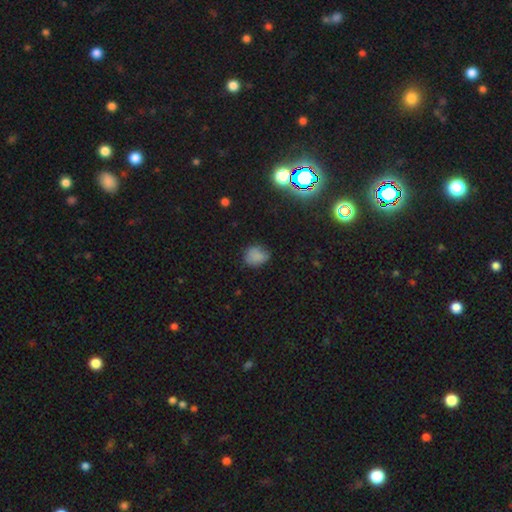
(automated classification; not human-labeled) Smooth or featured? smooth (77%)
How rounded? round (67%)
Merging? none (69%)